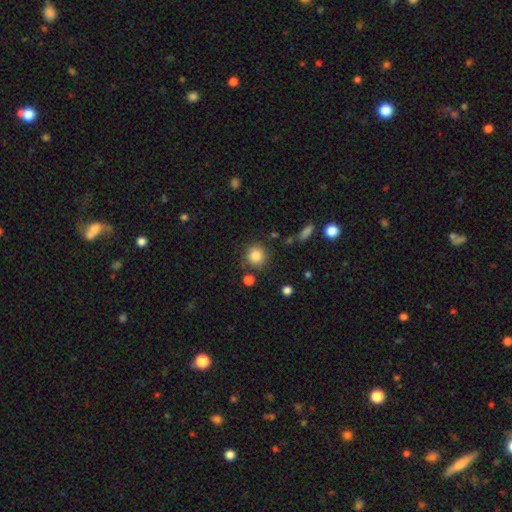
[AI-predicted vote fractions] Smooth or featured: smooth — 85% (star or artifact — 10%)
How rounded: round — 90% (in between — 9%)
Merging: none — 82% (minor disturbance — 9%)